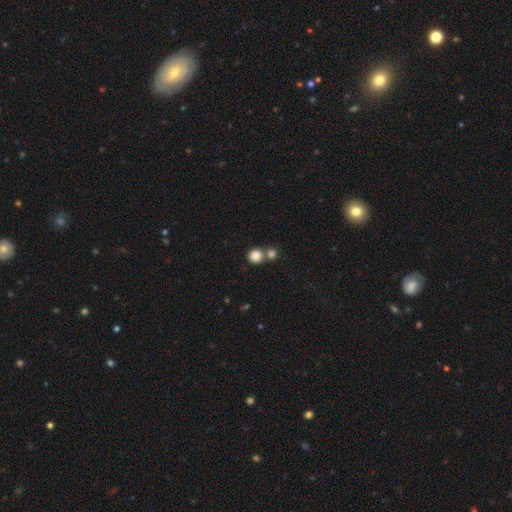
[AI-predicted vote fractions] This is clearly a smooth galaxy (84%). How rounded: clearly round (90%). Merging: possibly none (57%).